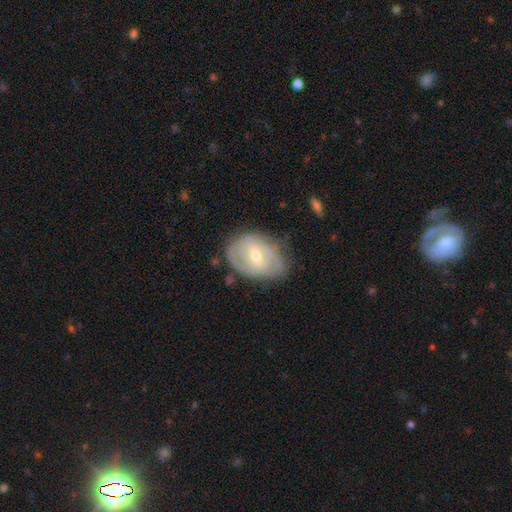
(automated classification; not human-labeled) This appears to be a featured or disk galaxy (75%) with a weak bar (54%), 2 (46%) tight (59%) spiral arms (83%) and a moderate central bulge (54%). Merging: none (68%).